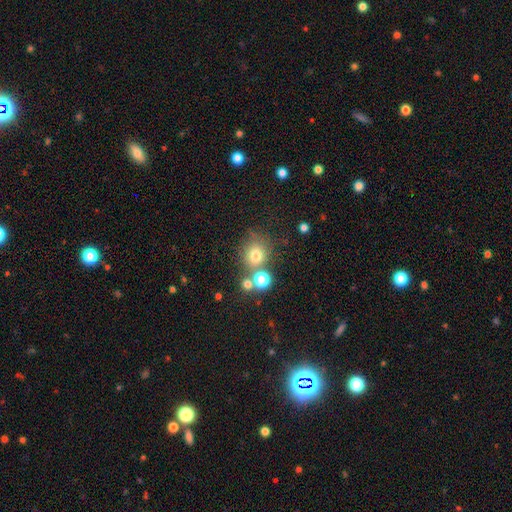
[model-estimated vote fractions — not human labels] Overall: smooth (72%). How rounded: round (84%). Merging: none (63%).